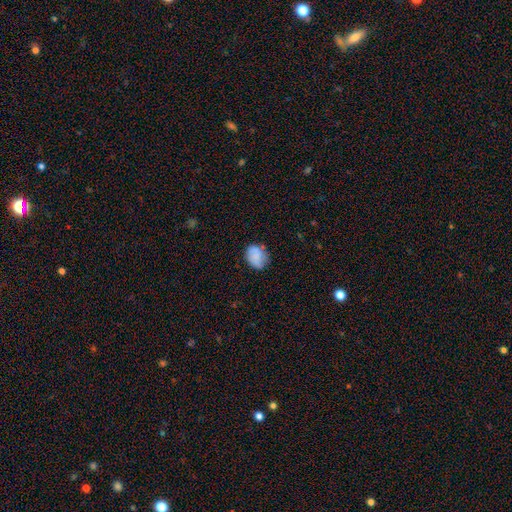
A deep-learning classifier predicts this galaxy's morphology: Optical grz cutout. It shows a smooth galaxy with no disk features (75%) that is in between round and cigar-shaped (59%). Merging: none (71%).